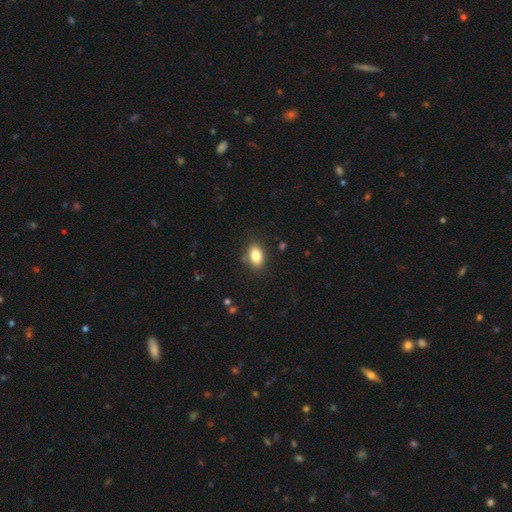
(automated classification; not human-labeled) smooth-or-featured: smooth: 84% | star or artifact: 8% | featured or disk: 8%
  how-rounded: in between: 86% | round: 13% | cigar-shaped: 2%
  merging: none: 85% | minor disturbance: 11% | major disturbance: 3% | merger: 2%